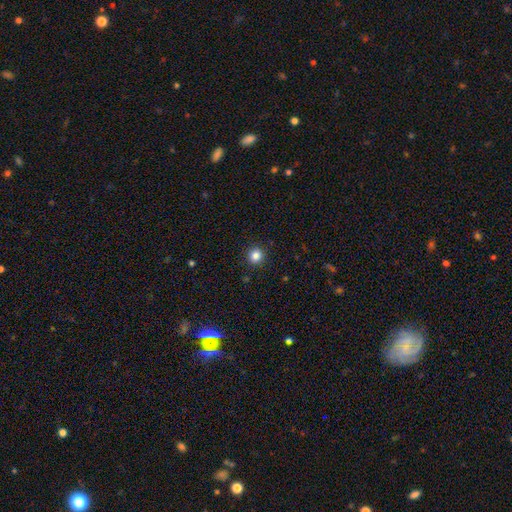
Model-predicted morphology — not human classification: A smooth galaxy with no disk features (84%) that is round (92%).

Vote fractions:
- Smooth or featured? smooth: 84% / star or artifact: 11% / featured or disk: 4%
- How rounded? round: 92% / in between: 7% / cigar-shaped: 1%
- Merging? none: 92% / minor disturbance: 5% / major disturbance: 2% / merger: 1%